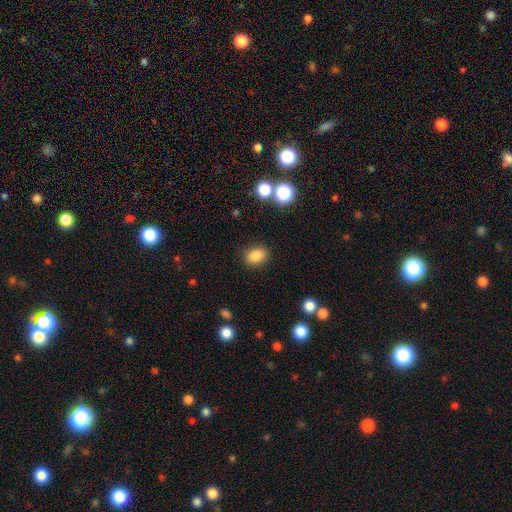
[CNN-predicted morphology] A smooth galaxy with no disk features (84%) that is in between round and cigar-shaped (67%).

Vote fractions:
- Smooth or featured? smooth: 84% / star or artifact: 10% / featured or disk: 5%
- How rounded? in between: 67% / round: 32% / cigar-shaped: 1%
- Merging? none: 87% / minor disturbance: 9% / major disturbance: 3% / merger: 2%